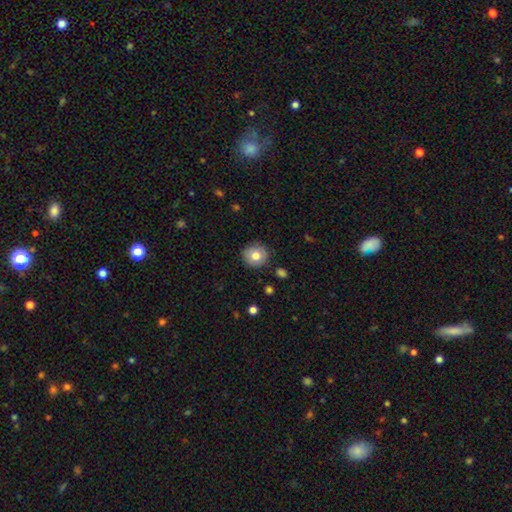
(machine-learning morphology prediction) Overall: smooth (78%). How rounded: round (90%). Merging: none (88%).